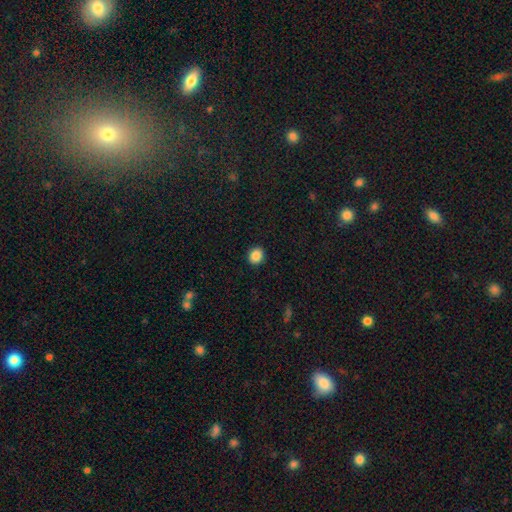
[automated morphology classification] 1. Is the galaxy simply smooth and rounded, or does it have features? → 88% smooth, 9% star or artifact, 3% featured or disk.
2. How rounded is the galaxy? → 70% round, 29% in between, 1% cigar-shaped.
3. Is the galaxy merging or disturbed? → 91% none, 6% minor disturbance, 2% major disturbance, 1% merger.